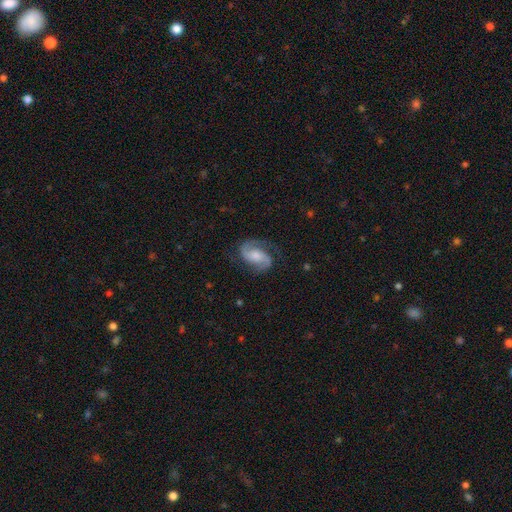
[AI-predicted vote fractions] Smooth or featured?
  - featured or disk: 86% *
  - smooth: 9%
  - star or artifact: 5%
Edge-on disk?
  - no: 98% *
  - yes: 2%
Bar?
  - no: 52% *
  - weak: 37%
  - strong: 11%
Spiral arms?
  - yes: 97% *
  - no: 3%
Spiral winding?
  - medium: 54% *
  - loose: 26%
  - tight: 20%
Spiral arm count?
  - 2: 92% *
  - can't tell: 2%
  - 1: 2%
  - 3: 1%
  - 4: 1%
  - more than 4: 1%
Bulge size?
  - moderate: 43% *
  - small: 29%
  - large: 14%
  - none: 12%
  - dominant: 2%
Merging?
  - none: 75% *
  - minor disturbance: 16%
  - major disturbance: 8%
  - merger: 1%